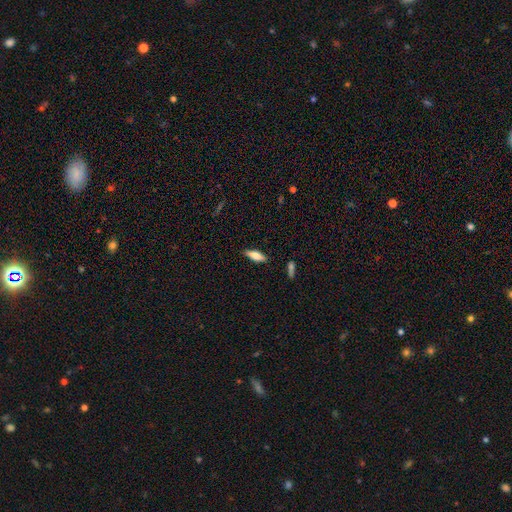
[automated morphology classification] This appears to be a smooth galaxy with no disk features (74%) that is in between round and cigar-shaped (55%). Merging: none (82%).